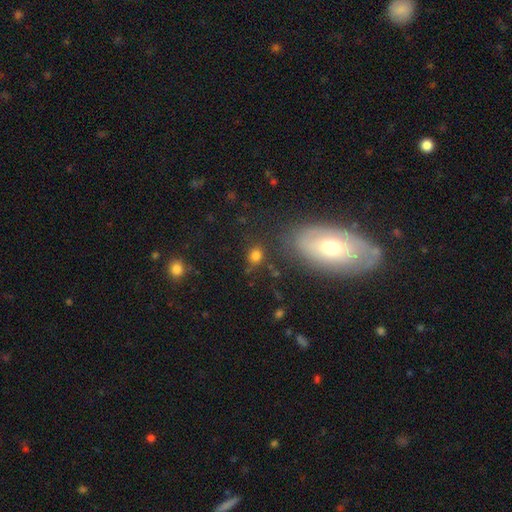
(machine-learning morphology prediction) A smooth galaxy with no disk features (78%) that is round (66%). Merging: none (77%).